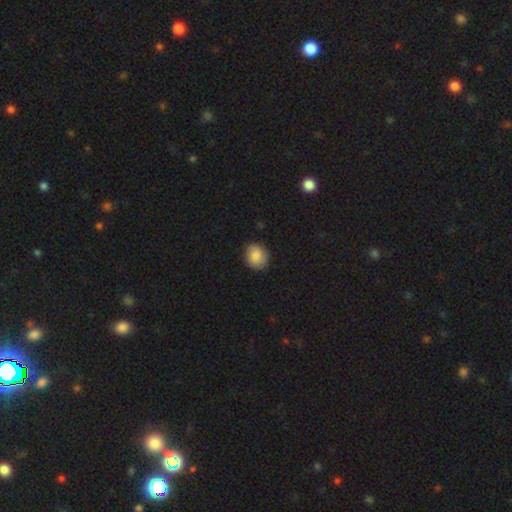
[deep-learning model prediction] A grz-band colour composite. It shows a smooth galaxy with no disk features (86%) that is round (71%). Merging: none (86%).